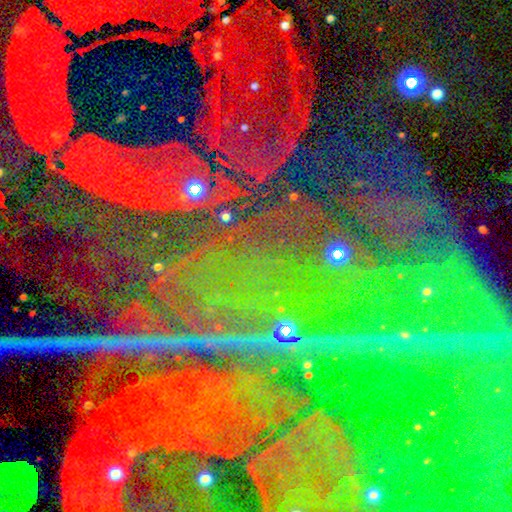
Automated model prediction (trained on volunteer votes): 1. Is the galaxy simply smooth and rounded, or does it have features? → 89% star or artifact, 6% featured or disk, 5% smooth.